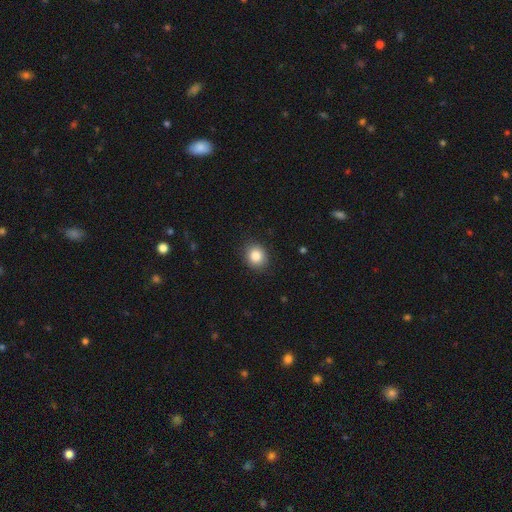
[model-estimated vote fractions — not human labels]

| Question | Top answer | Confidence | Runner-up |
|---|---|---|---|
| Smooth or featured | smooth | 86% | star or artifact (9%) |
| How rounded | round | 72% | in between (27%) |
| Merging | none | 88% | minor disturbance (8%) |